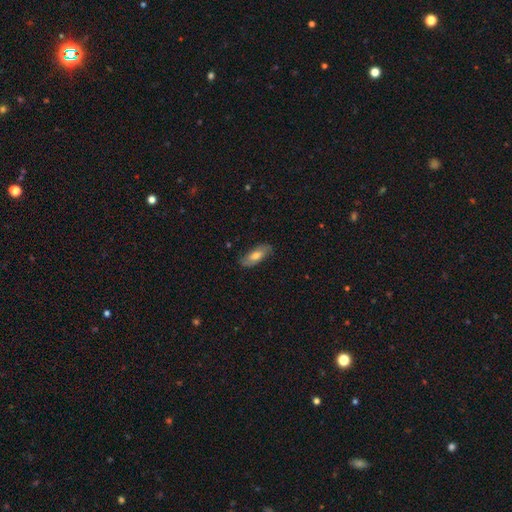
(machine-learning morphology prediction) smooth 55%, featured or disk 38%, star or artifact 7%. Down the decision tree: how rounded — in between (77%); merging — none (80%).